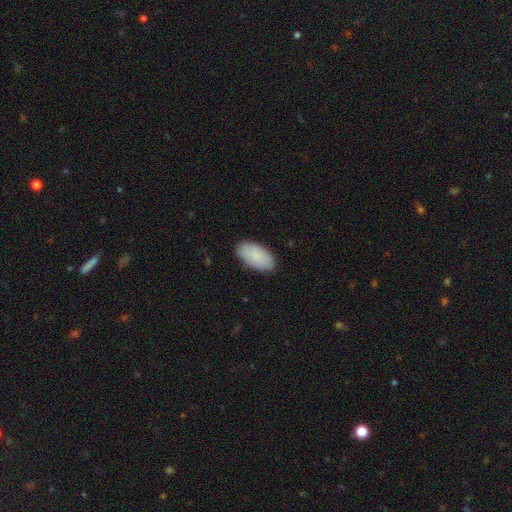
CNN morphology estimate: Smooth or featured? Predicted: smooth (p=0.87). How rounded? Predicted: in between (p=0.96). Merging? Predicted: none (p=0.87).